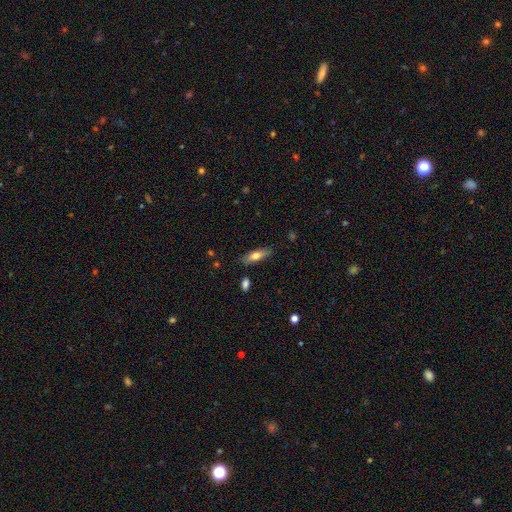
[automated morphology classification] A smooth galaxy with no disk features (70%) that is in between round and cigar-shaped (56%). Merging: none (82%).